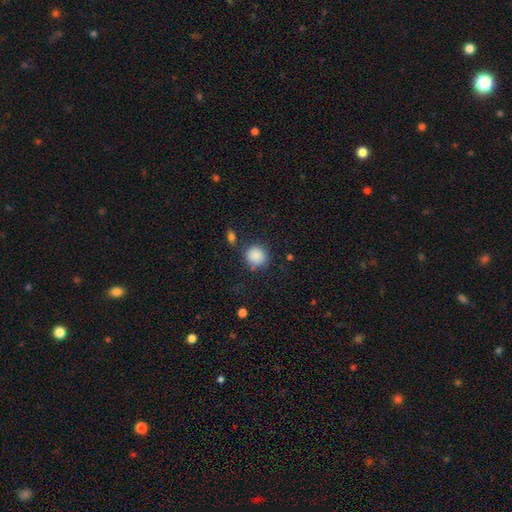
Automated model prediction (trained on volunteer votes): smooth 87%, star or artifact 9%, featured or disk 4%. Down the decision tree: how rounded — round (88%); merging — none (80%).